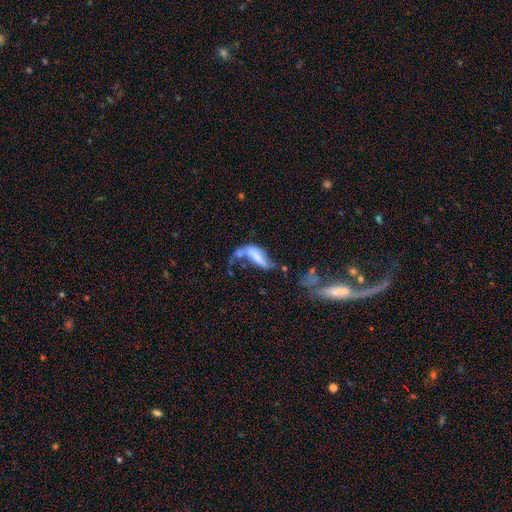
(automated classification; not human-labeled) Morphology: type=smooth (52%); roundness=in between (62%); merging=major disturbance (39%).